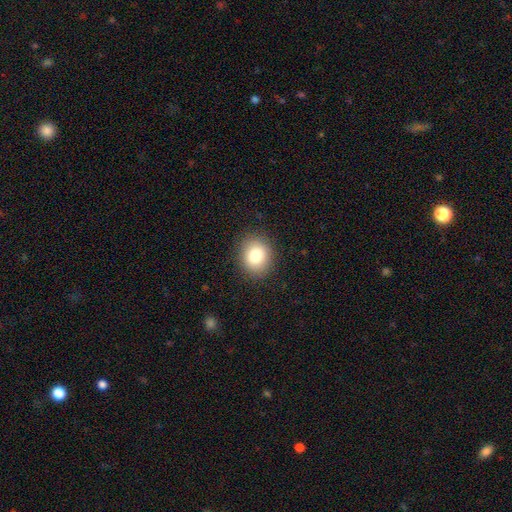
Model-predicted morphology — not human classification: A smooth galaxy with no disk features (81%) that is round (61%).

Vote fractions:
- Smooth or featured? smooth: 81% / star or artifact: 10% / featured or disk: 9%
- How rounded? round: 61% / in between: 38% / cigar-shaped: 1%
- Merging? none: 88% / minor disturbance: 8% / major disturbance: 3% / merger: 1%